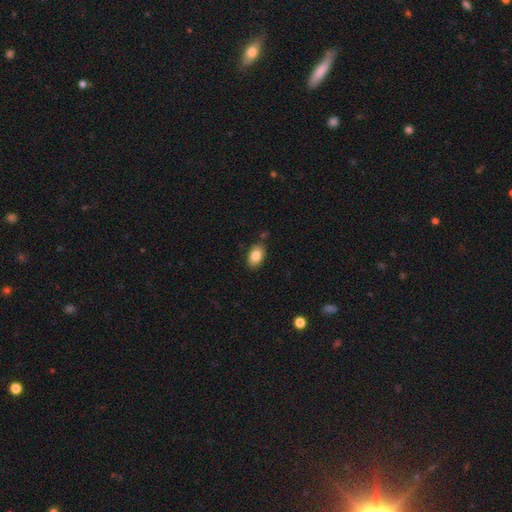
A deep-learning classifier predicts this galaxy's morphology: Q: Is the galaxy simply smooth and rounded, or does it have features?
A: smooth — 84%.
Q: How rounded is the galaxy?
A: in between — 87%.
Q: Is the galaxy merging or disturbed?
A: none — 81%.